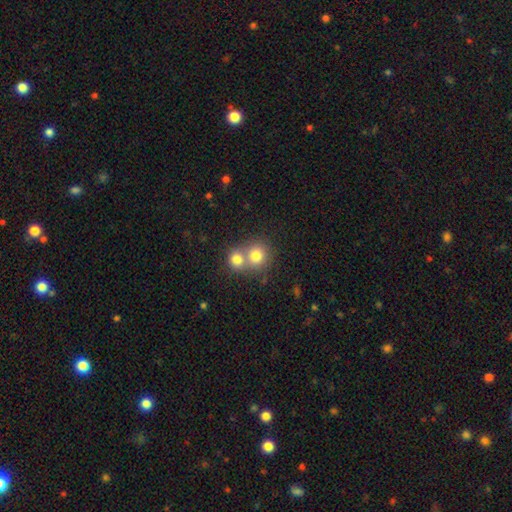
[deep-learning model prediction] smooth 77%, featured or disk 12%, star or artifact 11%. Down the decision tree: how rounded — round (83%); merging — merger (57%).